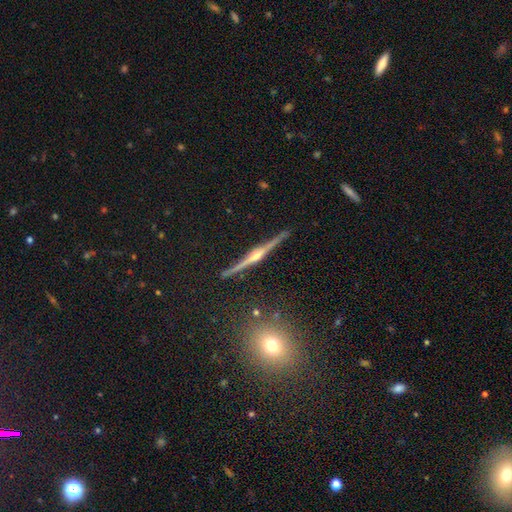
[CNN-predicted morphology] This is clearly a featured or disk galaxy (84%). It is clearly viewed edge-on (98%). Edge-on bulge: clearly rounded (87%). Merging: clearly none (90%).